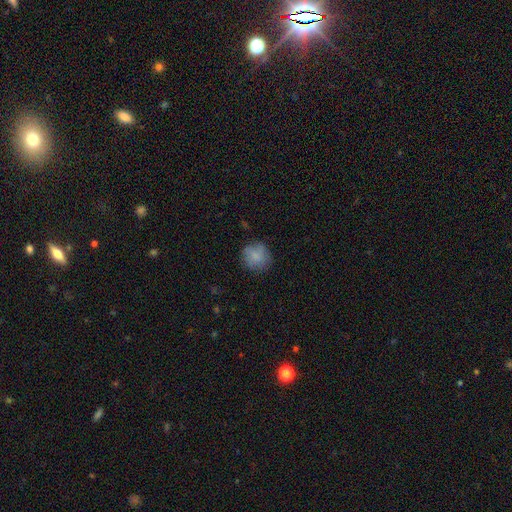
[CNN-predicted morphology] The model was most divided on "merging": none: 76%, minor disturbance: 18%, major disturbance: 5%, merger: 1%. More confident: how rounded — round (86%); smooth or featured — smooth (80%).